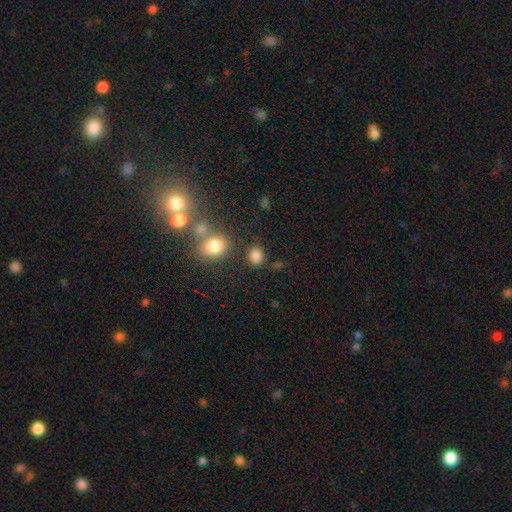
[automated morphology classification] A smooth galaxy with no disk features (83%) that is round (54%).

Vote fractions:
- Smooth or featured? smooth: 83% / star or artifact: 12% / featured or disk: 5%
- How rounded? round: 54% / in between: 45% / cigar-shaped: 1%
- Merging? none: 77% / minor disturbance: 11% / merger: 8% / major disturbance: 5%